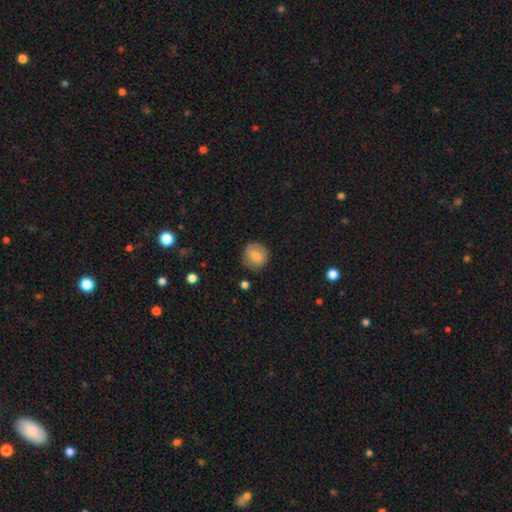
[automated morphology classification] Smooth or featured?
  - smooth: 77% *
  - featured or disk: 15%
  - star or artifact: 8%
How rounded?
  - round: 88% *
  - in between: 11%
  - cigar-shaped: 1%
Merging?
  - none: 84% *
  - minor disturbance: 12%
  - major disturbance: 3%
  - merger: 1%